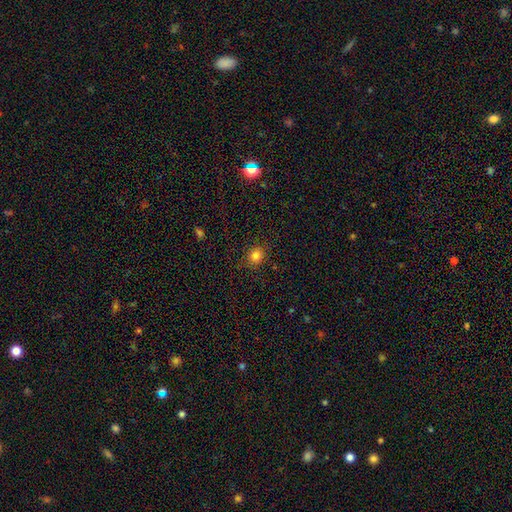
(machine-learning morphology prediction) smooth_or_featured: smooth (p=0.82) [alt: star or artifact p=0.13]
how_rounded: round (p=0.78) [alt: in between p=0.21]
merging: none (p=0.86) [alt: minor disturbance p=0.10]